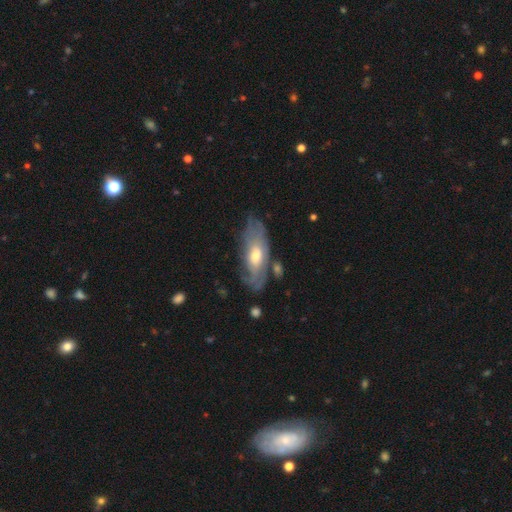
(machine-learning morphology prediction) This is likely a featured or disk galaxy (61%). It is likely not viewed edge-on (80%). Merging: likely none (62%).